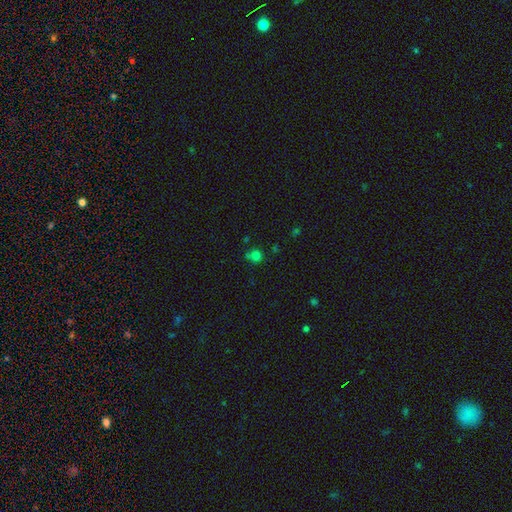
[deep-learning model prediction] Smooth or featured: smooth — 73% (star or artifact — 20%)
How rounded: round — 86% (in between — 13%)
Merging: none — 62% (minor disturbance — 17%)